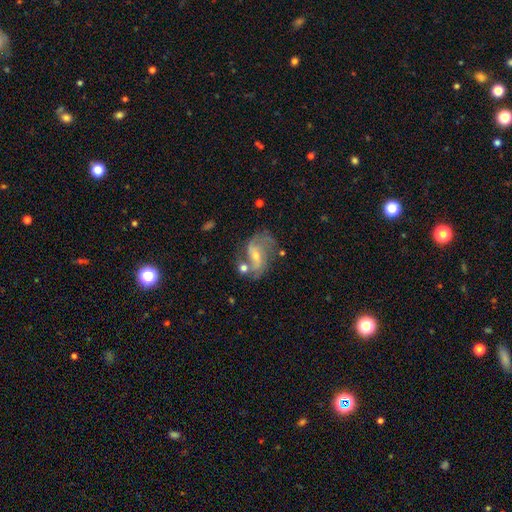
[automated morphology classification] Smooth or featured? featured or disk (78%)
Edge-on disk? no (96%)
Bar? weak (44%)
Spiral arms? yes (89%)
Spiral winding? loose (49%)
Spiral arm count? 2 (69%)
Bulge size? small (56%)
Merging? none (49%)